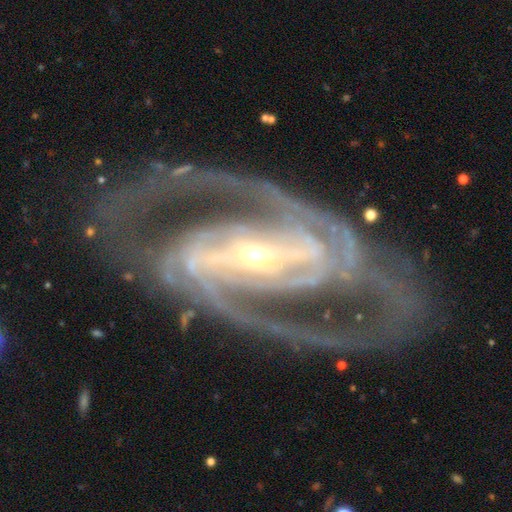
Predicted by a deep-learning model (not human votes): Q: Smooth or featured?
A: featured or disk (93%); runner-up: star or artifact (5%)
Q: Edge-on disk?
A: no (96%); runner-up: yes (4%)
Q: Bar?
A: strong (71%); runner-up: weak (19%)
Q: Spiral arms?
A: yes (98%); runner-up: no (2%)
Q: Spiral winding?
A: medium (53%); runner-up: tight (37%)
Q: Spiral arm count?
A: 2 (79%); runner-up: 3 (8%)
Q: Bulge size?
A: small (71%); runner-up: moderate (24%)
Q: Merging?
A: none (72%); runner-up: minor disturbance (14%)